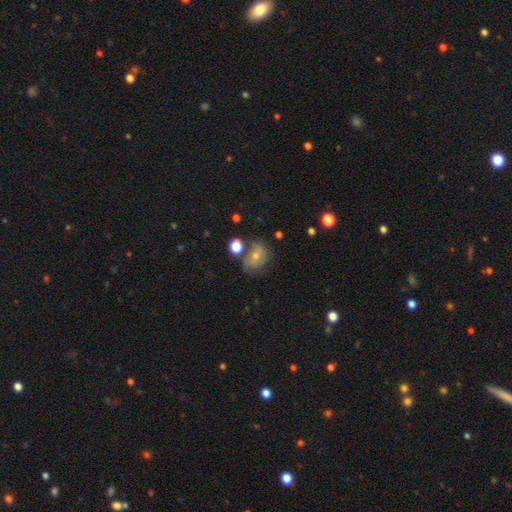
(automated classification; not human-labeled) smooth-or-featured: smooth: 44% | featured or disk: 36% | star or artifact: 20%
  merging: none: 61% | minor disturbance: 19% | merger: 11% | major disturbance: 8%